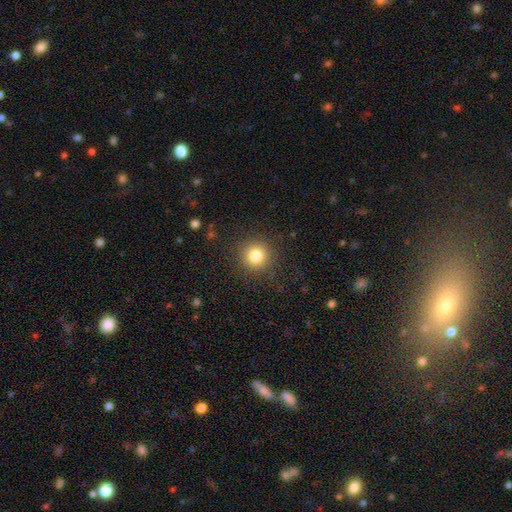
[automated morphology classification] Overall: smooth (81%). How rounded: round (94%). Merging: none (89%).